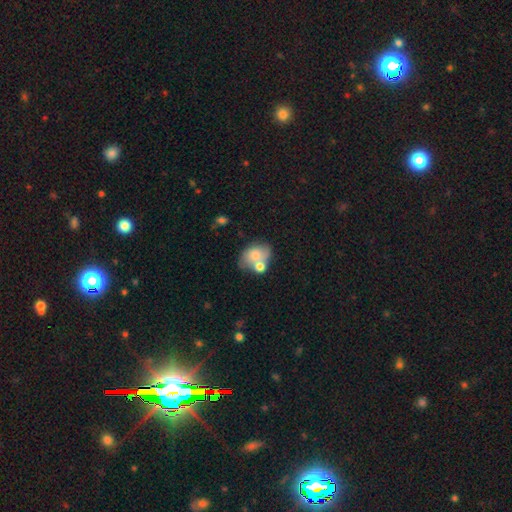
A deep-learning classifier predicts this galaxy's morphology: Smooth or featured? Predicted: smooth (p=0.66). How rounded? Predicted: in between (p=0.70). Merging? Predicted: merger (p=0.38).